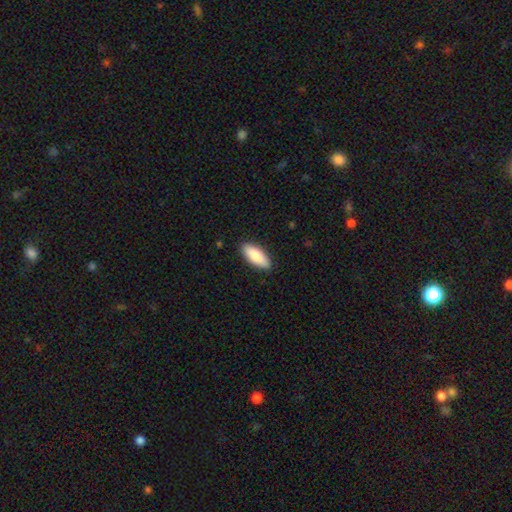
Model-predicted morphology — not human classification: Overall: smooth (85%). How rounded: in between (79%). Merging: none (89%).